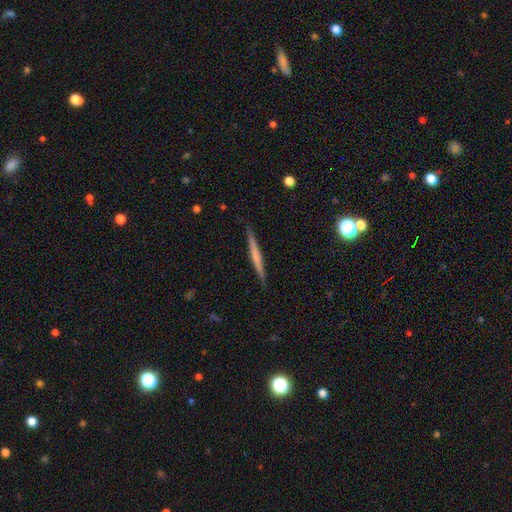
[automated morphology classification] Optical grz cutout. It shows a featured or disk galaxy (52%) viewed edge-on (97%) with no central bulge (69%). Merging: none (90%).